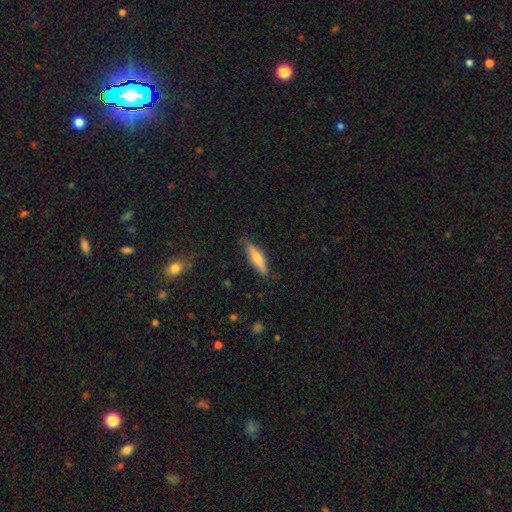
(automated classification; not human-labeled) This is possibly a smooth galaxy (57%). How rounded: likely cigar-shaped (79%). Merging: clearly none (83%).